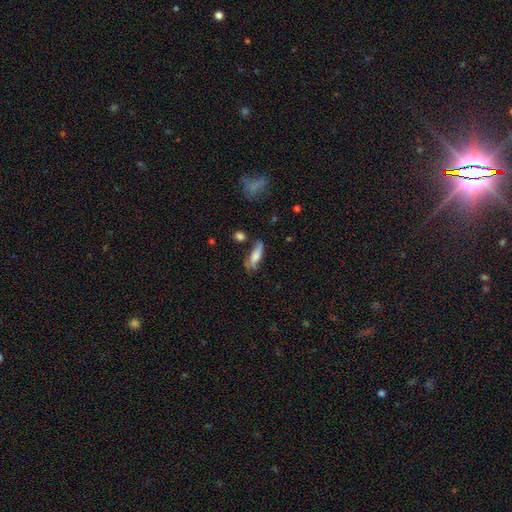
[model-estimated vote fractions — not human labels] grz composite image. It shows a smooth galaxy with no disk features (72%) that is in between round and cigar-shaped (50%). Merging: none (54%).